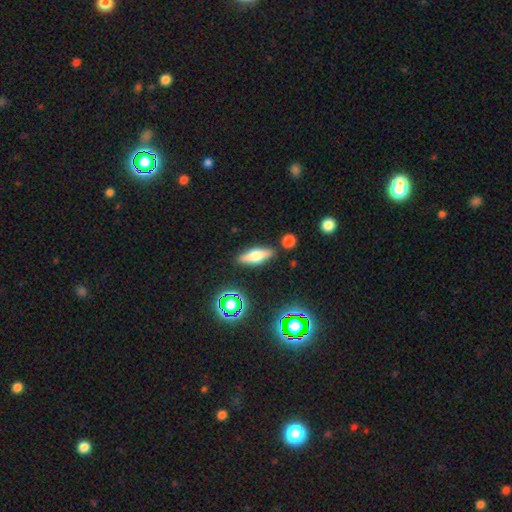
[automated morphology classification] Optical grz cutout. It shows a smooth galaxy with no disk features (51%) that is in between round and cigar-shaped (53%). Merging: none (84%).